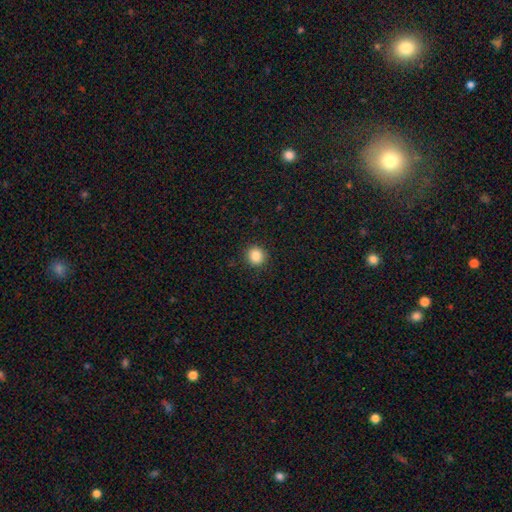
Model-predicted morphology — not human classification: Overall: smooth (86%). How rounded: round (91%). Merging: none (92%).